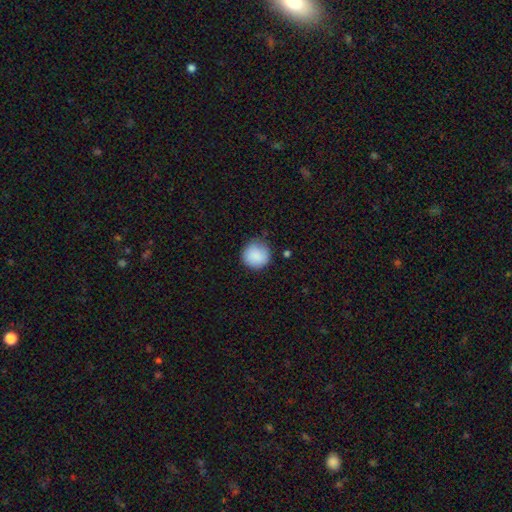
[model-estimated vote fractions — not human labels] This is clearly a smooth galaxy (88%). How rounded: clearly round (93%). Merging: likely none (79%).